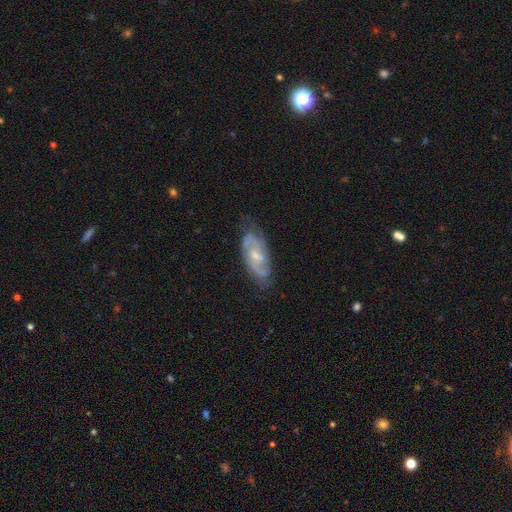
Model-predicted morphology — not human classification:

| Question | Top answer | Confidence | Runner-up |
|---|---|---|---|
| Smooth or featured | featured or disk | 82% | smooth (13%) |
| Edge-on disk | no | 94% | yes (6%) |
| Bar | no | 47% | weak (44%) |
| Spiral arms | yes | 95% | no (5%) |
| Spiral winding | medium | 47% | tight (39%) |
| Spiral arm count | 2 | 72% | can't tell (13%) |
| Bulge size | small | 48% | moderate (46%) |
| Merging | none | 73% | minor disturbance (21%) |